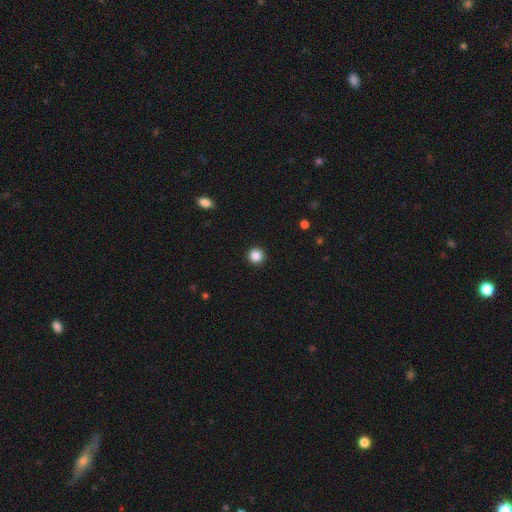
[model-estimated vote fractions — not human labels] smooth 86%, star or artifact 11%, featured or disk 3%. Down the decision tree: how rounded — round (96%); merging — none (94%).